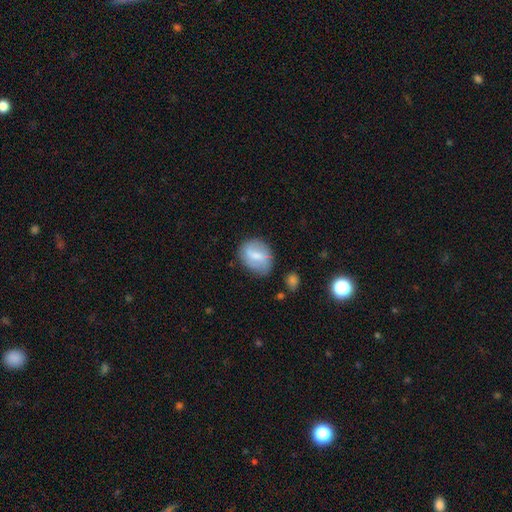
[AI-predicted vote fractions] The model was most divided on "how rounded": in between: 57%, round: 41%, cigar-shaped: 2%. More confident: merging — none (66%); smooth or featured — smooth (56%).